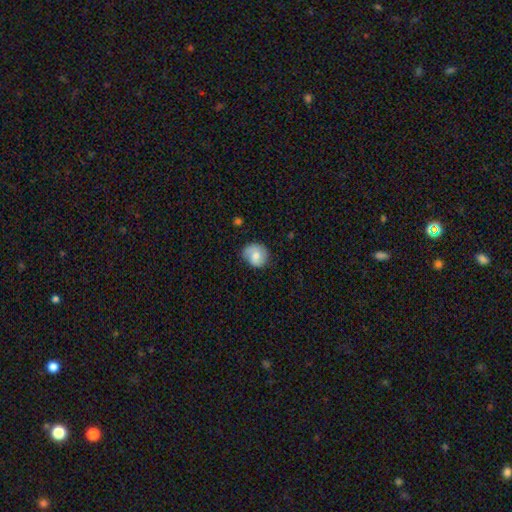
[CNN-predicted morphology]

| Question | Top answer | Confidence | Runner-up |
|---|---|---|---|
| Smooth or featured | smooth | 63% | featured or disk (29%) |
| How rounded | round | 77% | in between (22%) |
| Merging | none | 69% | minor disturbance (24%) |